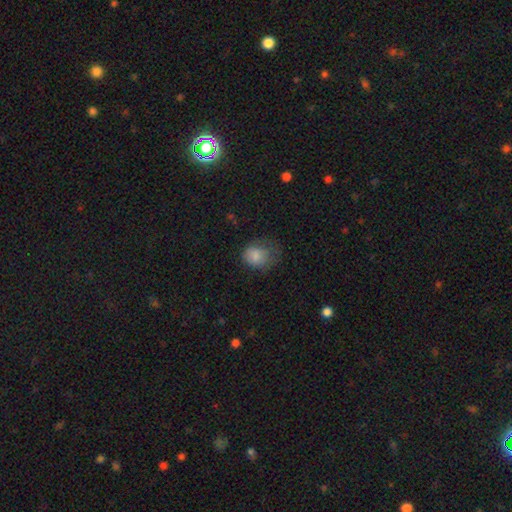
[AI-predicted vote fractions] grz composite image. It shows a smooth galaxy with no disk features (80%) that is in between round and cigar-shaped (53%). Merging: none (39%).